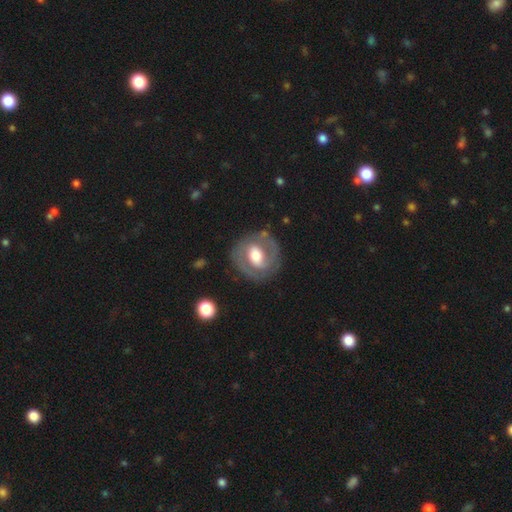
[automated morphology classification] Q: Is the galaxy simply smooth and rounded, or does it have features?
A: featured or disk — 69%.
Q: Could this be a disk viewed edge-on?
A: no — 97%.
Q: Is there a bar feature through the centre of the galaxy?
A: weak — 40%.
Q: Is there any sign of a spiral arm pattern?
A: yes — 67%.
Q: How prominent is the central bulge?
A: moderate — 54%.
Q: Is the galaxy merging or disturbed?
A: none — 78%.